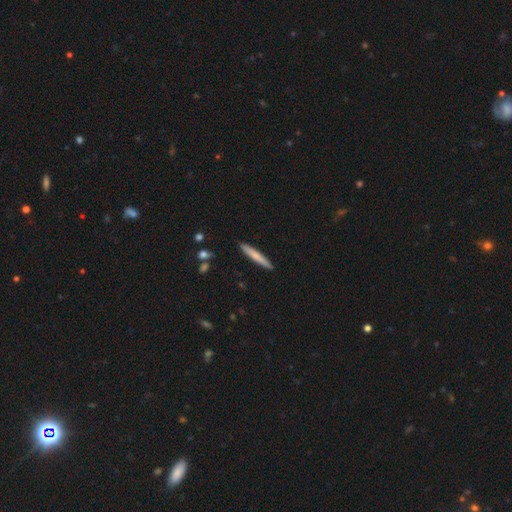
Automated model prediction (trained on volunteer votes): Smooth or featured?
  - smooth: 69% *
  - featured or disk: 26%
  - star or artifact: 6%
How rounded?
  - cigar-shaped: 95% *
  - in between: 4%
  - round: 1%
Merging?
  - none: 90% *
  - minor disturbance: 7%
  - merger: 1%
  - major disturbance: 1%